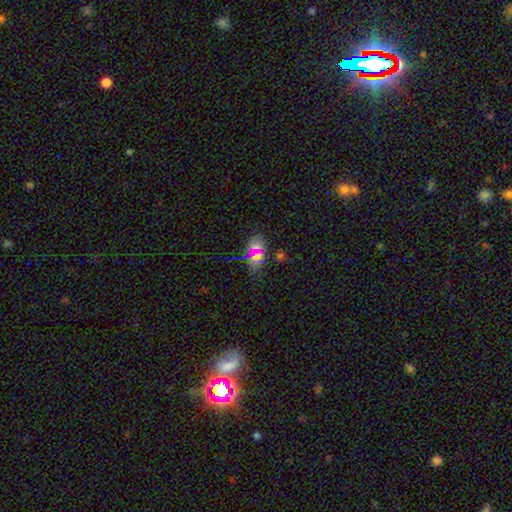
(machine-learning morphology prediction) A smooth galaxy with no disk features (61%) that is in between round and cigar-shaped (83%). Merging: none (73%).